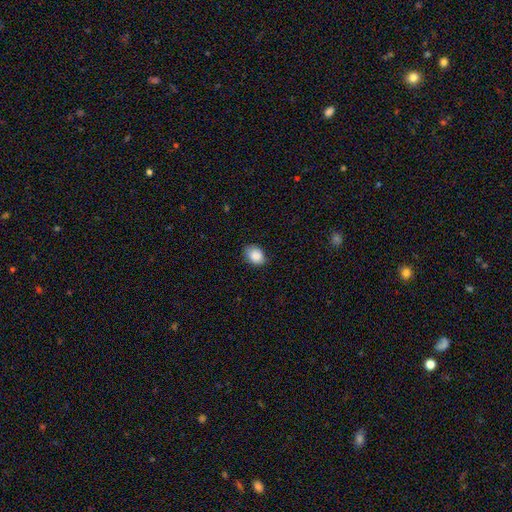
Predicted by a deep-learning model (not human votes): smooth 88%, star or artifact 8%, featured or disk 4%. Down the decision tree: how rounded — in between (64%); merging — none (77%).